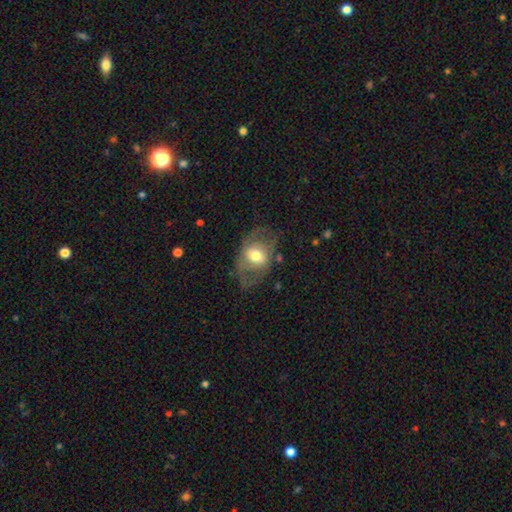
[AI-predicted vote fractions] A featured or disk galaxy (47%).

Vote fractions:
- Smooth or featured? featured or disk: 47% / smooth: 46% / star or artifact: 7%
- Merging? none: 54% / minor disturbance: 23% / major disturbance: 21% / merger: 2%